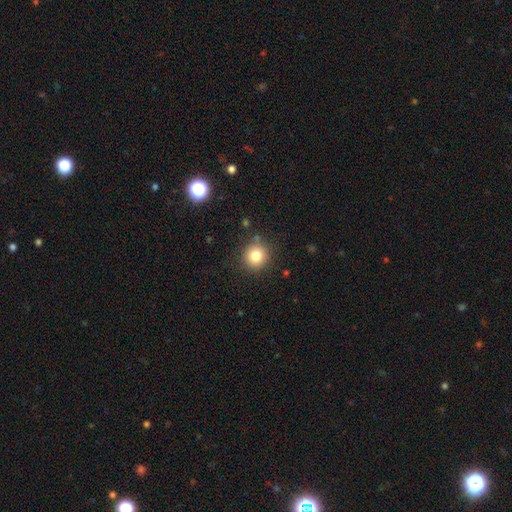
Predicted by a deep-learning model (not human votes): The model was most divided on "smooth or featured": smooth: 81%, star or artifact: 12%, featured or disk: 7%. More confident: how rounded — round (91%); merging — none (86%).